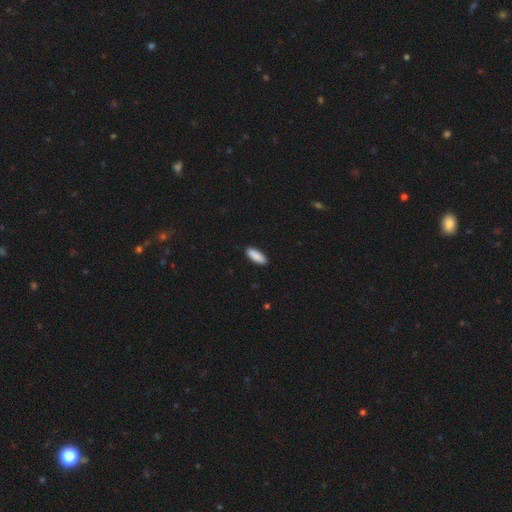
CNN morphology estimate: The model was most divided on "how rounded": in between: 69%, cigar-shaped: 29%, round: 2%. More confident: smooth or featured — smooth (90%); merging — none (89%).